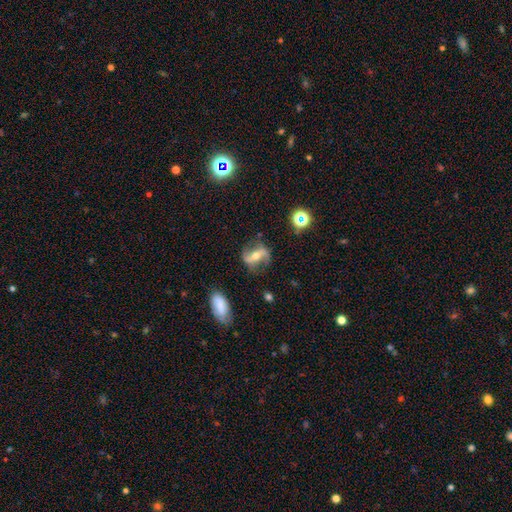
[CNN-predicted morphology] featured or disk 77%, smooth 14%, star or artifact 9%. Down the decision tree: edge-on disk — no (88%); bar — strong (58%); spiral arms — yes (86%); spiral arm count — 2 (90%); spiral winding — loose (67%); bulge size — moderate (58%); merging — none (75%).